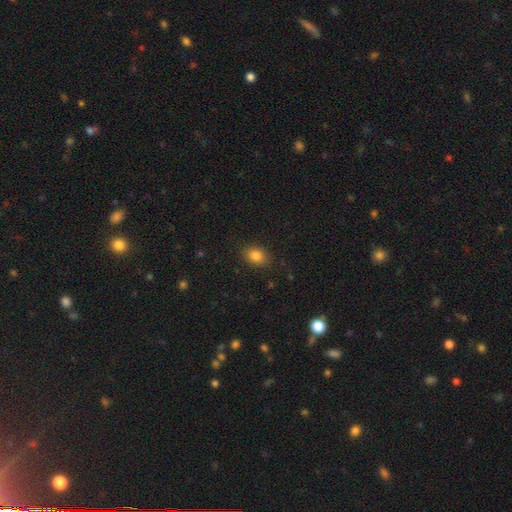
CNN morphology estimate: Overall: smooth (84%). How rounded: in between (67%; round 32%). Merging: none (86%).